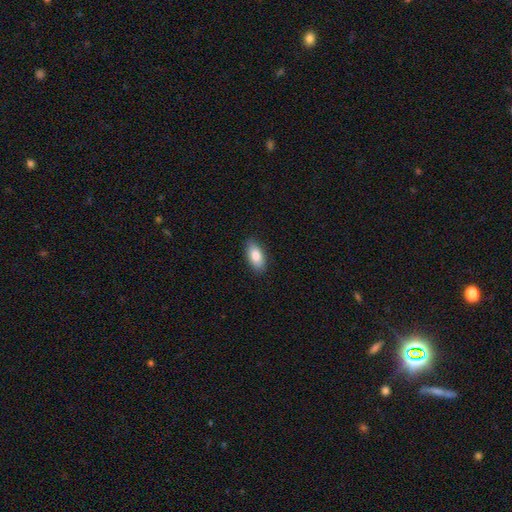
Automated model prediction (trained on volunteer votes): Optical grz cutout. It shows a smooth galaxy with no disk features (84%) that is in between round and cigar-shaped (92%). Merging: none (88%).